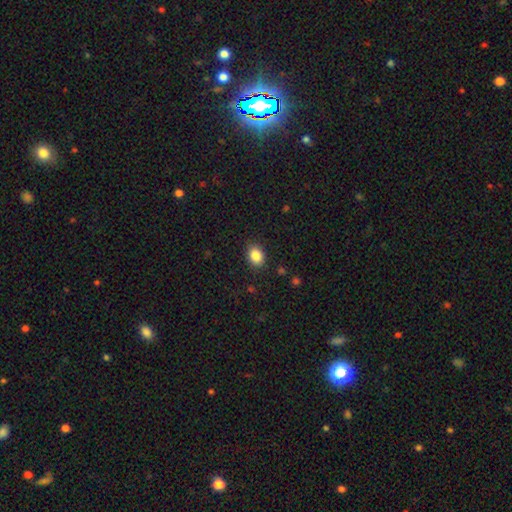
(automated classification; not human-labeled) The model was most divided on "how rounded": in between: 61%, round: 38%, cigar-shaped: 1%. More confident: merging — none (87%); smooth or featured — smooth (86%).